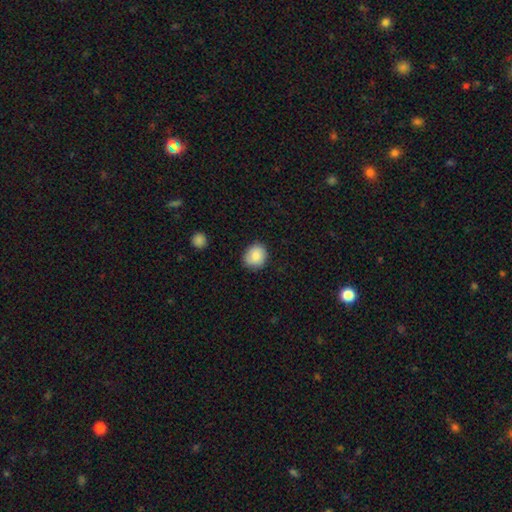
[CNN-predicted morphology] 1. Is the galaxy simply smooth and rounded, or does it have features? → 85% smooth, 8% star or artifact, 7% featured or disk.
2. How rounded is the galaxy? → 77% round, 22% in between, 1% cigar-shaped.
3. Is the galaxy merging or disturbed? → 82% none, 14% minor disturbance, 3% major disturbance, 1% merger.